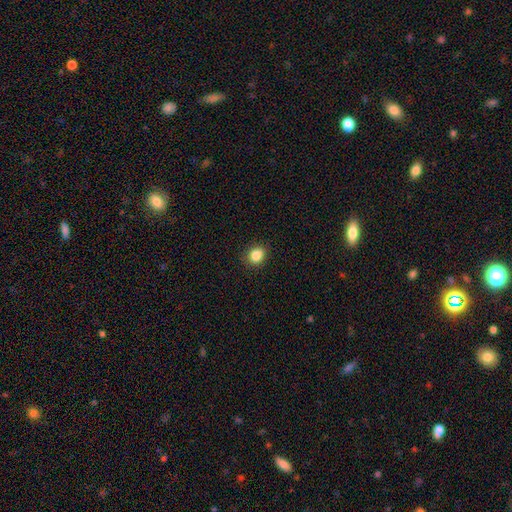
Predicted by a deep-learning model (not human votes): Smooth or featured: smooth — 85% (star or artifact — 10%)
How rounded: round — 62% (in between — 37%)
Merging: none — 85% (minor disturbance — 11%)